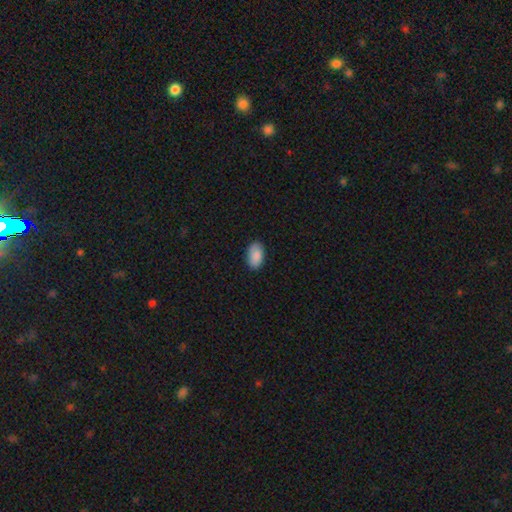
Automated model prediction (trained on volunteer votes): Smooth or featured: smooth — 89% (star or artifact — 6%)
How rounded: in between — 94% (round — 4%)
Merging: none — 87% (minor disturbance — 10%)